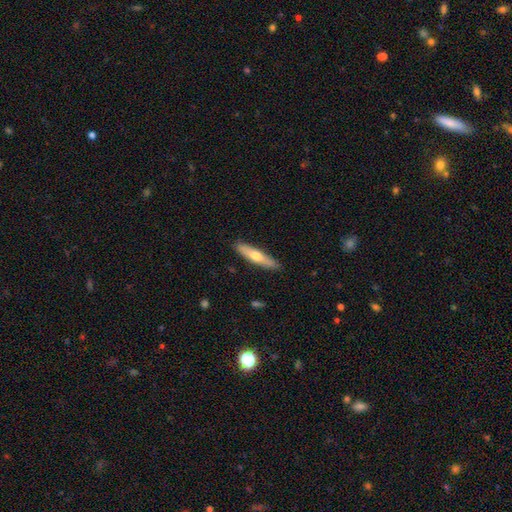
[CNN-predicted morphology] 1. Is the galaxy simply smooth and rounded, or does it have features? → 52% smooth, 42% featured or disk, 6% star or artifact.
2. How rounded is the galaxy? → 85% cigar-shaped, 14% in between, 2% round.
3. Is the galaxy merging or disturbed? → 89% none, 8% minor disturbance, 2% major disturbance, 1% merger.